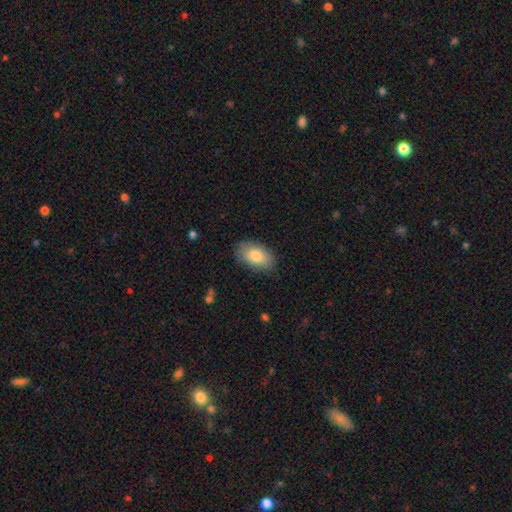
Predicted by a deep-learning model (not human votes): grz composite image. It shows a smooth galaxy with no disk features (82%) that is in between round and cigar-shaped (93%). Merging: none (84%).